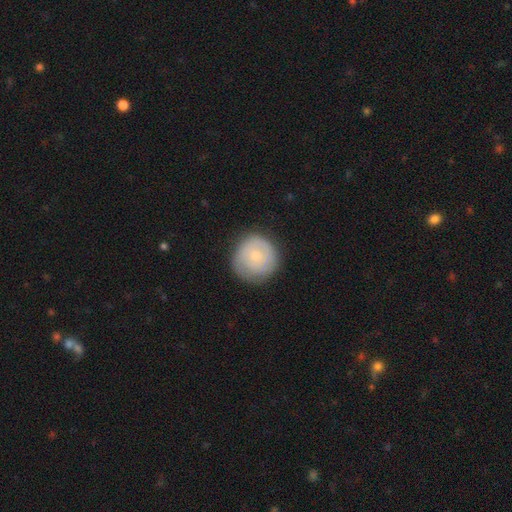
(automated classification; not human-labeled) Smooth or featured?
  - smooth: 60% *
  - featured or disk: 33%
  - star or artifact: 6%
How rounded?
  - round: 93% *
  - in between: 6%
  - cigar-shaped: 1%
Merging?
  - none: 77% *
  - minor disturbance: 18%
  - major disturbance: 5%
  - merger: 1%